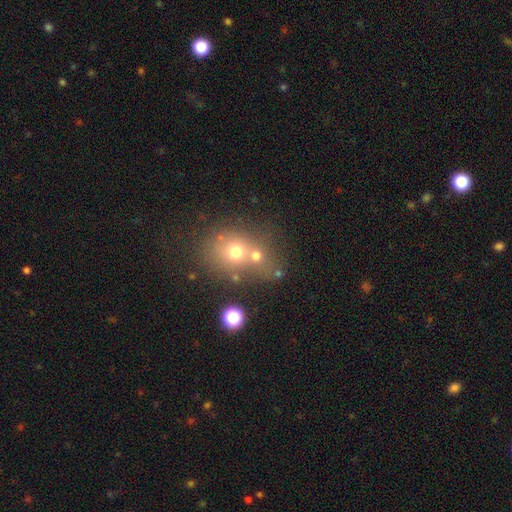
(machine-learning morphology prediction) A smooth galaxy with no disk features (64%) that is round (73%).

Vote fractions:
- Smooth or featured? smooth: 64% / star or artifact: 18% / featured or disk: 17%
- How rounded? round: 73% / in between: 26% / cigar-shaped: 1%
- Merging? merger: 47% / none: 39% / minor disturbance: 9% / major disturbance: 5%